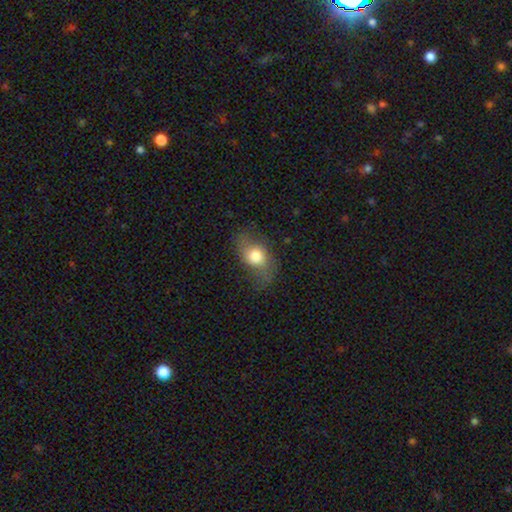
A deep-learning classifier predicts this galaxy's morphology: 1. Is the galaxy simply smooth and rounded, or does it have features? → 65% smooth, 25% featured or disk, 10% star or artifact.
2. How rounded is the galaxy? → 69% in between, 28% round, 3% cigar-shaped.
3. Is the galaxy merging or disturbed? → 56% none, 26% minor disturbance, 16% major disturbance, 2% merger.